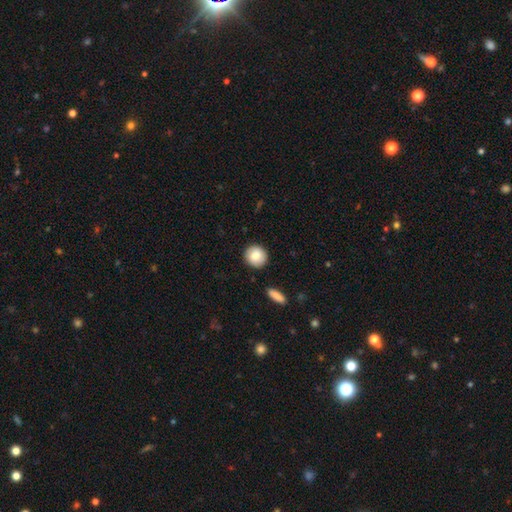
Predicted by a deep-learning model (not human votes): smooth 84%, featured or disk 9%, star or artifact 7%. Down the decision tree: how rounded — round (90%); merging — none (89%).